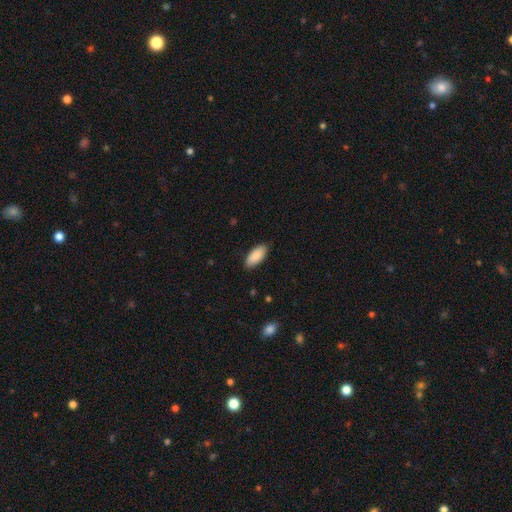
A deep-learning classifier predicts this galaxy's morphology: This is clearly a smooth galaxy (90%). How rounded: clearly in between (90%). Merging: clearly none (86%).